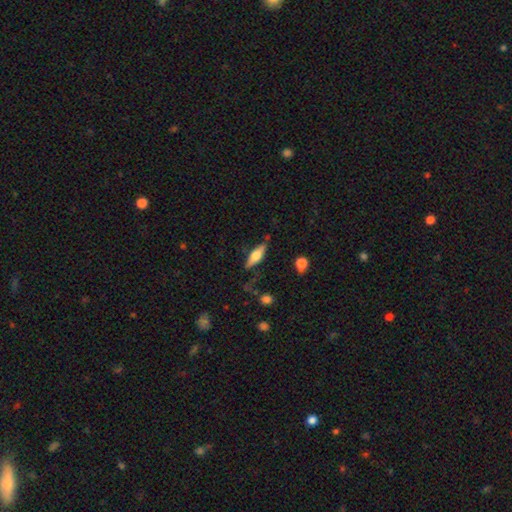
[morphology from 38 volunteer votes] Overall: featured or disk (63%; smooth 32%). Edge-on disk: yes (92%). Edge-on bulge: rounded (100%). Merging: none (72%).